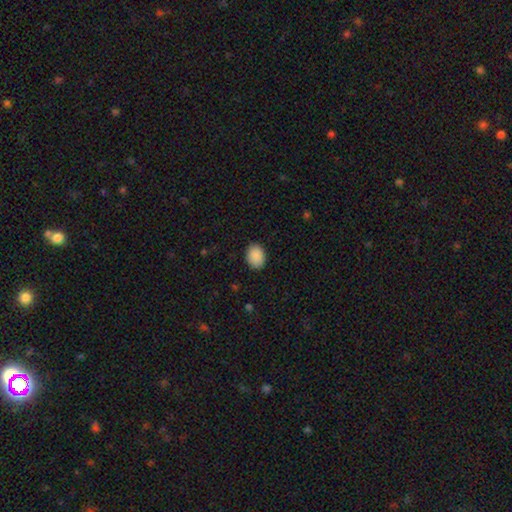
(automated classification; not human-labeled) Overall: smooth (90%). How rounded: in between (69%; round 31%). Merging: none (87%).